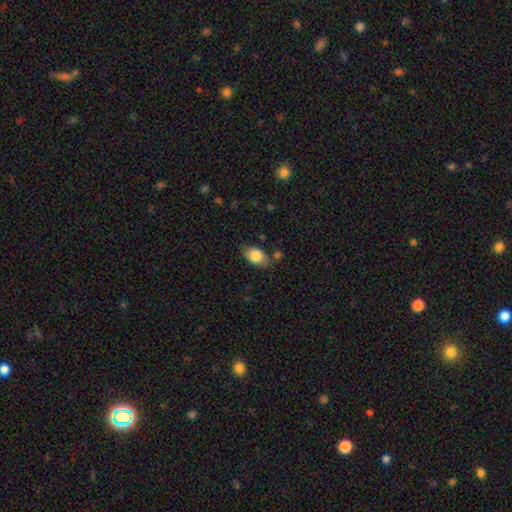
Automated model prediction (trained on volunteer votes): A smooth galaxy with no disk features (83%) that is in between round and cigar-shaped (86%).

Vote fractions:
- Smooth or featured? smooth: 83% / featured or disk: 10% / star or artifact: 7%
- How rounded? in between: 86% / round: 13% / cigar-shaped: 2%
- Merging? none: 70% / minor disturbance: 21% / major disturbance: 5% / merger: 5%